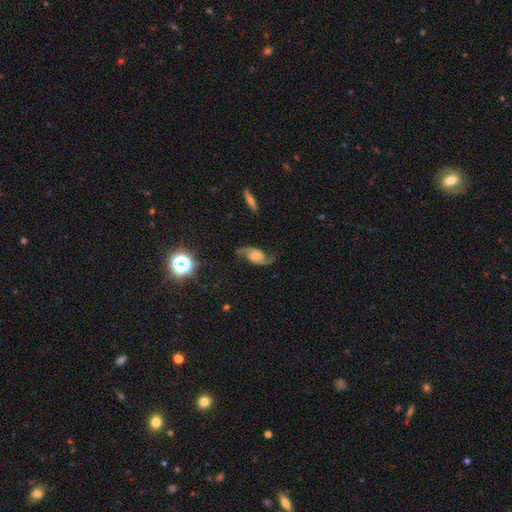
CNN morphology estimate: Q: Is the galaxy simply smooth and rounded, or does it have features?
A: featured or disk — 86%.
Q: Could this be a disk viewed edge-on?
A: no — 96%.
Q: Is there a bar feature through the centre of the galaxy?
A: no — 60%.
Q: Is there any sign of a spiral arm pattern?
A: yes — 97%.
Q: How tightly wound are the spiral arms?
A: loose — 47%.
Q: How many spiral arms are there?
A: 2 — 94%.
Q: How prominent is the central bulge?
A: moderate — 41%.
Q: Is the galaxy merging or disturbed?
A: none — 78%.